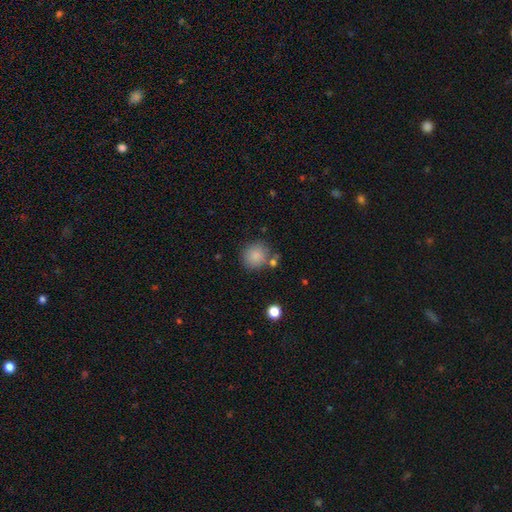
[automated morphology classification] This is clearly a smooth galaxy (85%). How rounded: clearly round (88%). Merging: likely none (77%).